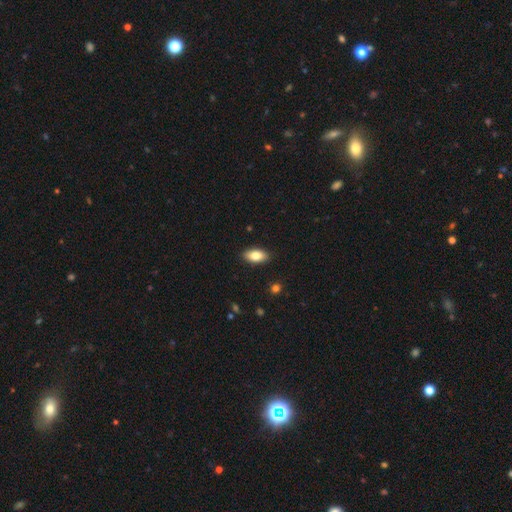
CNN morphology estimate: Smooth or featured: smooth — 82% (featured or disk — 12%)
How rounded: in between — 91% (cigar-shaped — 6%)
Merging: none — 89% (minor disturbance — 8%)